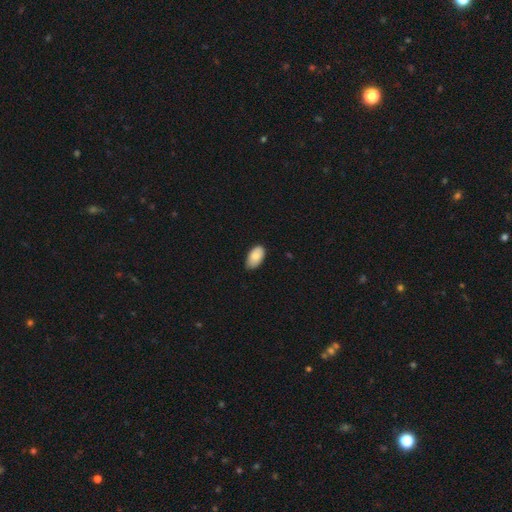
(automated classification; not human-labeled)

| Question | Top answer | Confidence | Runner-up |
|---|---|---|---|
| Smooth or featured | smooth | 85% | featured or disk (9%) |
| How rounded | in between | 95% | round (3%) |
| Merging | none | 79% | minor disturbance (18%) |